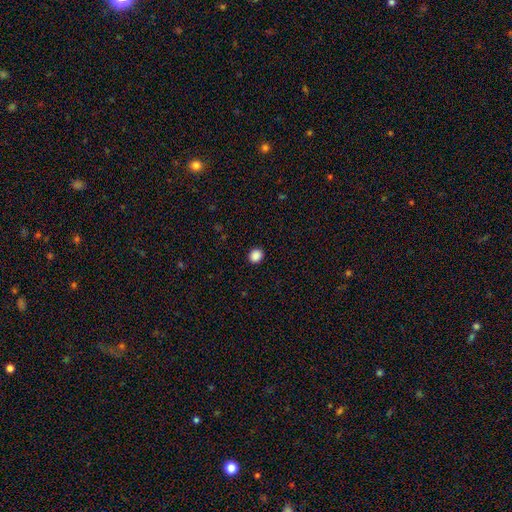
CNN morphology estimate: type=smooth (88%); roundness=round (76%); merging=none (92%).